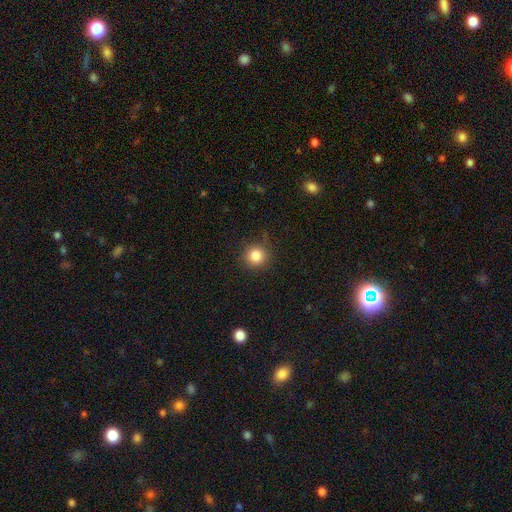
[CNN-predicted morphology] Smooth or featured: smooth — 84% (star or artifact — 11%)
How rounded: round — 93% (in between — 6%)
Merging: none — 85% (minor disturbance — 11%)